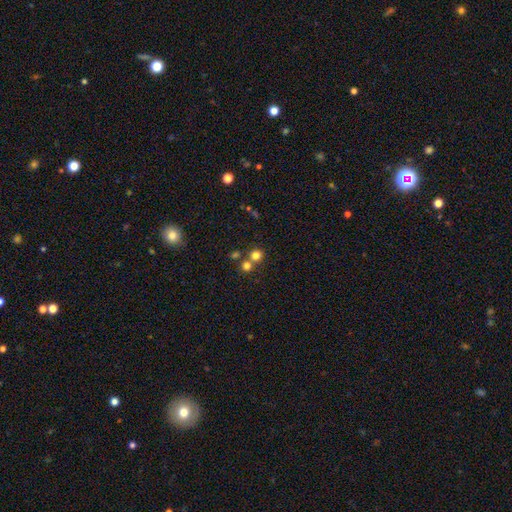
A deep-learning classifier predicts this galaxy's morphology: A smooth galaxy with no disk features (75%) that is round (88%). Merging: none (55%).